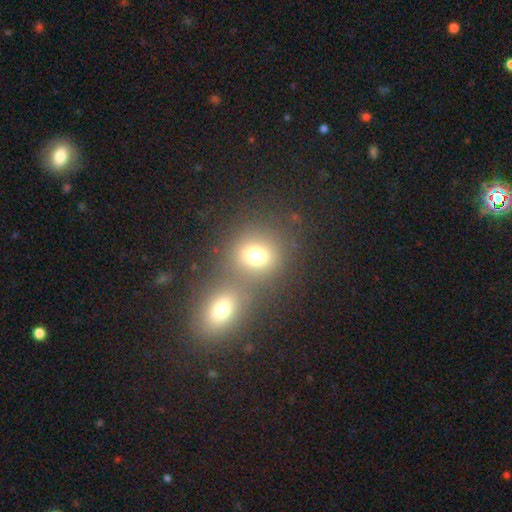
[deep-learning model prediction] Overall: smooth (74%). How rounded: round (76%). Merging: none (49%; merger 39%).